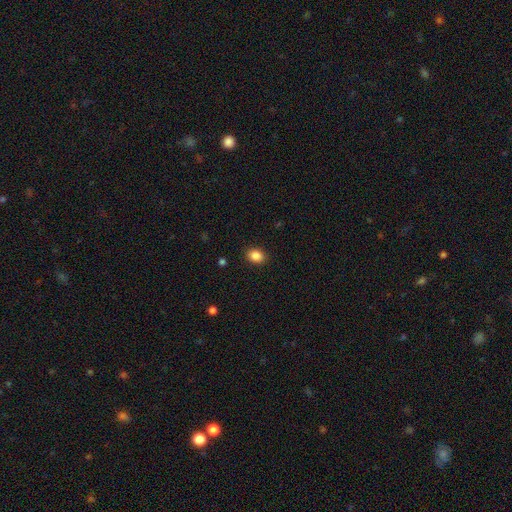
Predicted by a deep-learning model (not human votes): smooth_or_featured: smooth (p=0.87) [alt: star or artifact p=0.09]
how_rounded: in between (p=0.57) [alt: round p=0.42]
merging: none (p=0.89) [alt: minor disturbance p=0.07]